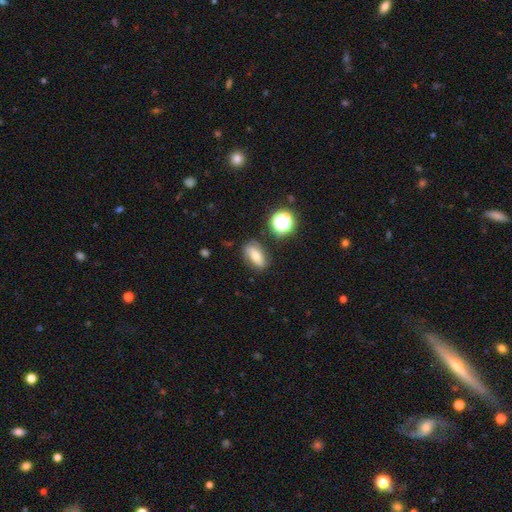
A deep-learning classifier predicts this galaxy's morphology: Q: Smooth or featured?
A: smooth (57%); runner-up: featured or disk (29%)
Q: How rounded?
A: in between (77%); runner-up: round (12%)
Q: Merging?
A: none (77%); runner-up: minor disturbance (16%)